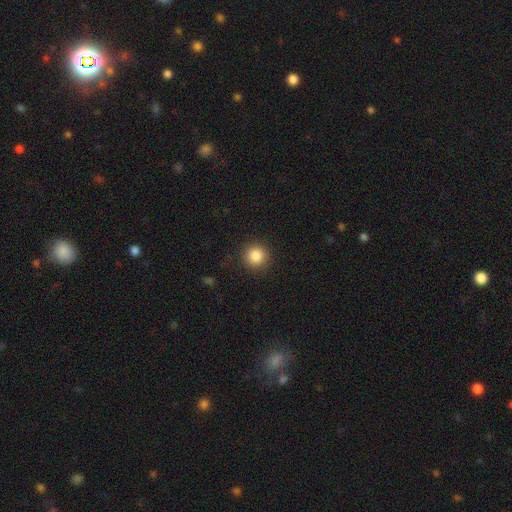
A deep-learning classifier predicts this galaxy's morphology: Overall: smooth (86%). How rounded: round (94%). Merging: none (90%).